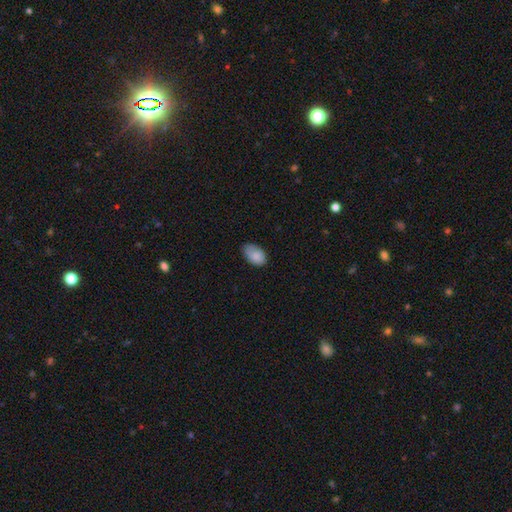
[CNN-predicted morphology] This appears to be a smooth galaxy with no disk features (84%) that is in between round and cigar-shaped (90%). Merging: none (58%).